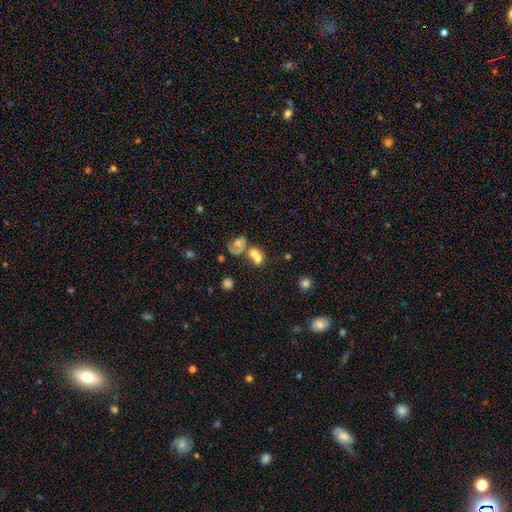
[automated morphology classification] type=smooth (61%); roundness=round (54%); merging=merger (64%).